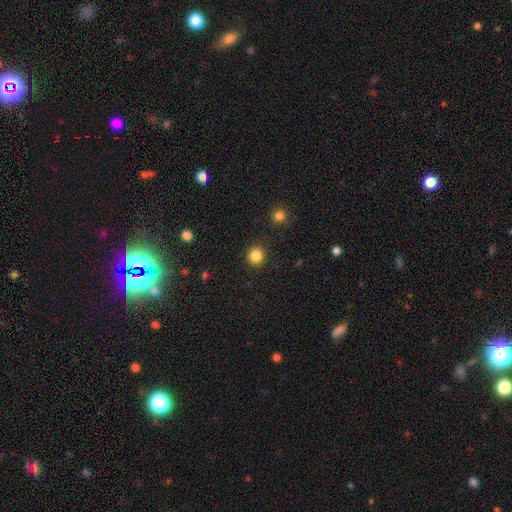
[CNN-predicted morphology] A smooth galaxy with no disk features (85%) that is round (92%).

Vote fractions:
- Smooth or featured? smooth: 85% / star or artifact: 12% / featured or disk: 4%
- How rounded? round: 92% / in between: 7% / cigar-shaped: 1%
- Merging? none: 91% / minor disturbance: 6% / major disturbance: 2% / merger: 1%